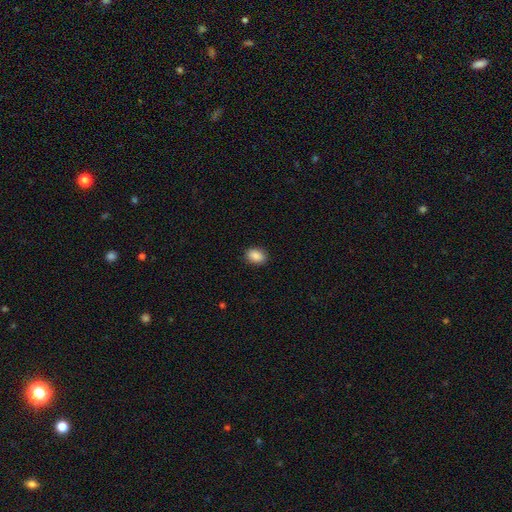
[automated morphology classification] smooth_or_featured: smooth (p=0.90) [alt: star or artifact p=0.07]
how_rounded: in between (p=0.79) [alt: round p=0.20]
merging: none (p=0.89) [alt: minor disturbance p=0.08]